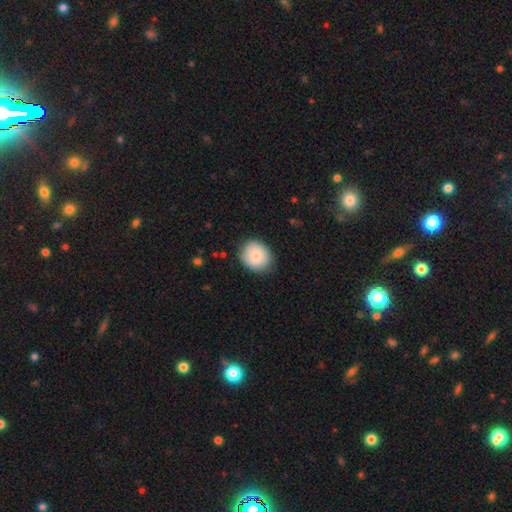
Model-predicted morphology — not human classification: Overall: smooth (81%). How rounded: round (67%; in between 32%). Merging: none (80%).